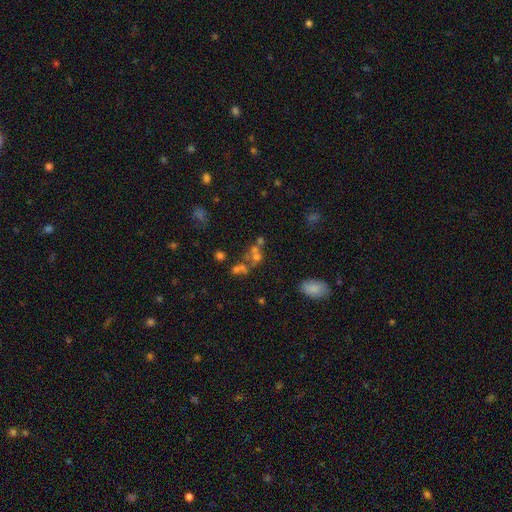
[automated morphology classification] A smooth galaxy with no disk features (45%). Merging: merger (43%).